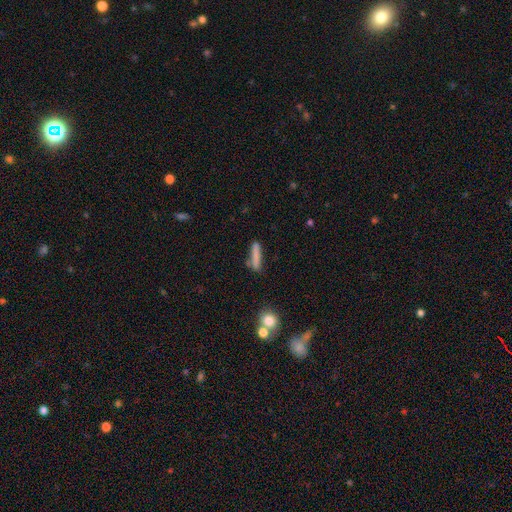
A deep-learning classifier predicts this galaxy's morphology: This appears to be a smooth galaxy with no disk features (79%) that is cigar-shaped (87%). Merging: none (74%).